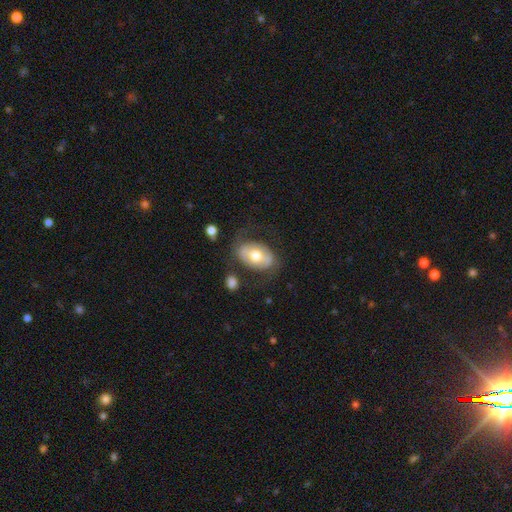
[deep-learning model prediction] A smooth galaxy with no disk features (50%) that is in between round and cigar-shaped (85%). Merging: none (68%).